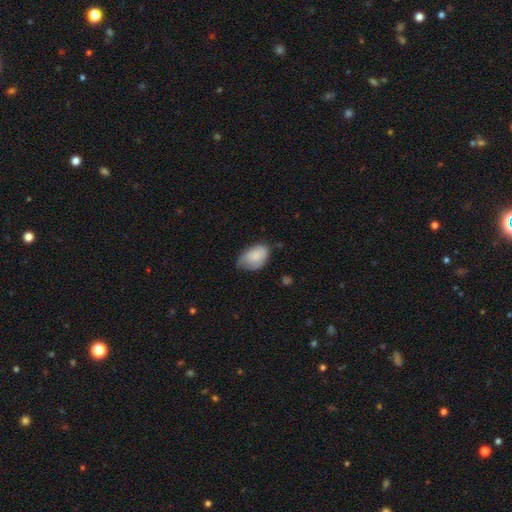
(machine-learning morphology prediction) The model was most divided on "merging": none: 44%, minor disturbance: 43%, major disturbance: 12%, merger: 2%. More confident: how rounded — in between (88%); smooth or featured — smooth (80%).